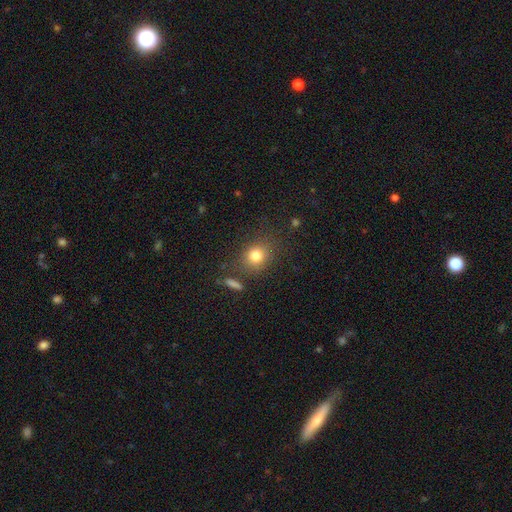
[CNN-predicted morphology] A smooth galaxy with no disk features (80%) that is round (71%). Merging: none (78%).